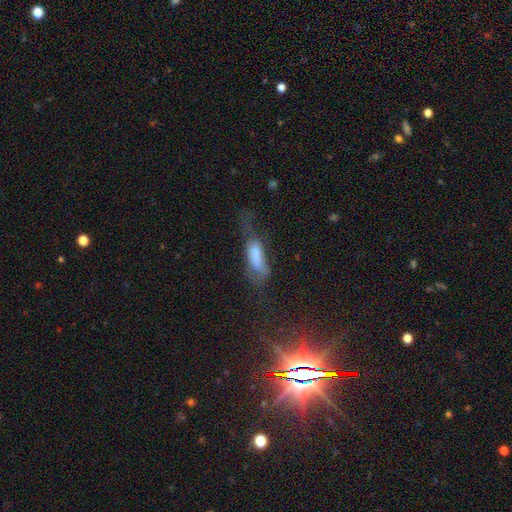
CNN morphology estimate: A smooth galaxy with no disk features (69%) that is in between round and cigar-shaped (60%).

Vote fractions:
- Smooth or featured? smooth: 69% / featured or disk: 21% / star or artifact: 10%
- How rounded? in between: 60% / cigar-shaped: 37% / round: 3%
- Merging? major disturbance: 51% / minor disturbance: 23% / none: 21% / merger: 6%